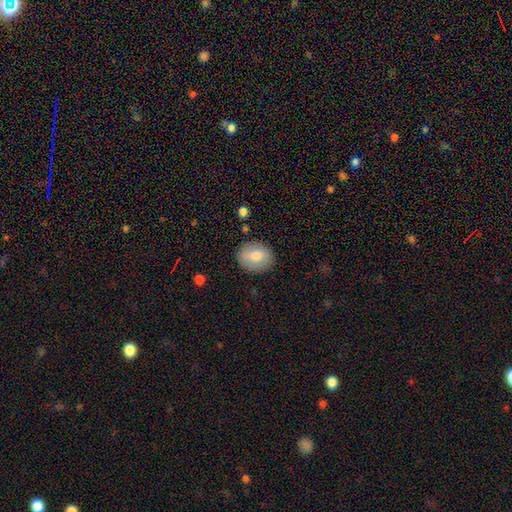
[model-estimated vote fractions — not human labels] smooth-or-featured: smooth: 70% | featured or disk: 22% | star or artifact: 8%
  how-rounded: round: 58% | in between: 41% | cigar-shaped: 1%
  merging: none: 86% | minor disturbance: 10% | major disturbance: 3% | merger: 1%